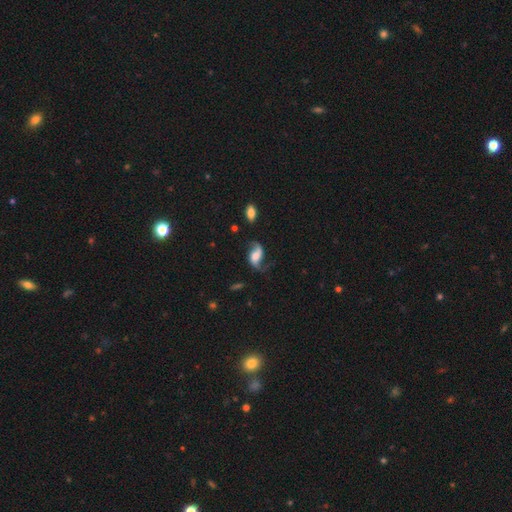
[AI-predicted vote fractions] Smooth or featured? featured or disk (80%)
Edge-on disk? no (96%)
Bar? no (47%)
Spiral arms? yes (95%)
Spiral winding? loose (77%)
Spiral arm count? 2 (89%)
Bulge size? moderate (37%)
Merging? none (64%)